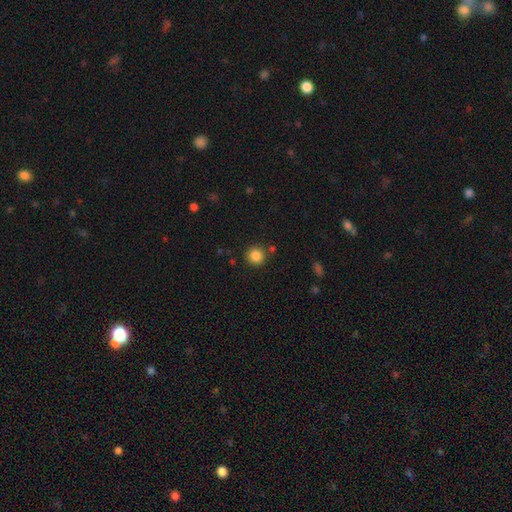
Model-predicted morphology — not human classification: smooth 85%, star or artifact 11%, featured or disk 4%. Down the decision tree: how rounded — round (92%); merging — none (86%).